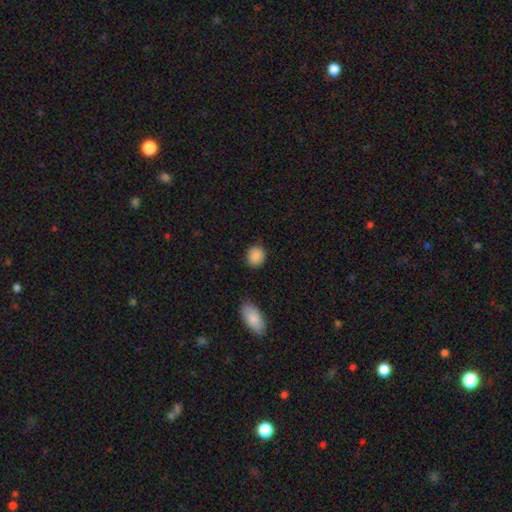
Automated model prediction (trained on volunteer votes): The model was most divided on "how rounded": round: 76%, in between: 23%, cigar-shaped: 1%. More confident: smooth or featured — smooth (88%); merging — none (87%).